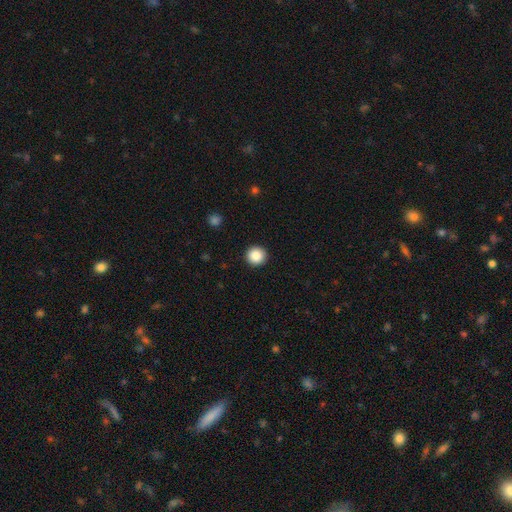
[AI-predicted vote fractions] Q: Smooth or featured?
A: smooth (87%); runner-up: star or artifact (9%)
Q: How rounded?
A: round (96%); runner-up: in between (4%)
Q: Merging?
A: none (93%); runner-up: minor disturbance (4%)